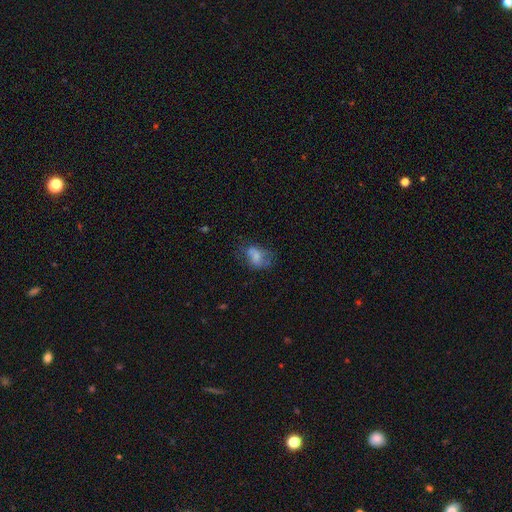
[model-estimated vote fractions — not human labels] Smooth or featured: smooth — 62% (featured or disk — 27%)
How rounded: in between — 77% (round — 22%)
Merging: none — 40% (minor disturbance — 28%)